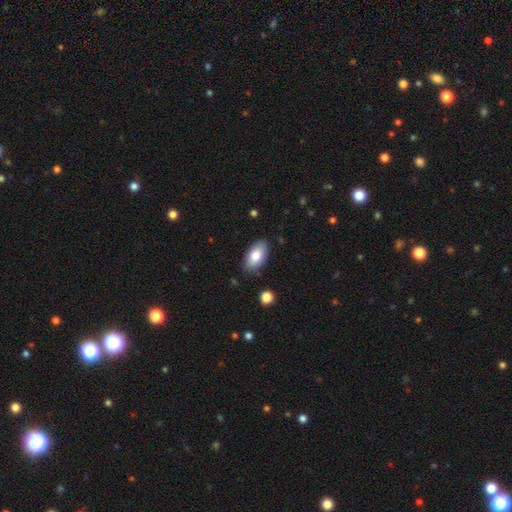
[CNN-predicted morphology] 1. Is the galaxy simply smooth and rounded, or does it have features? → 80% smooth, 14% featured or disk, 6% star or artifact.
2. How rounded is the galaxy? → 94% in between, 4% round, 2% cigar-shaped.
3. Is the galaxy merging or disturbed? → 86% none, 11% minor disturbance, 2% major disturbance, 2% merger.